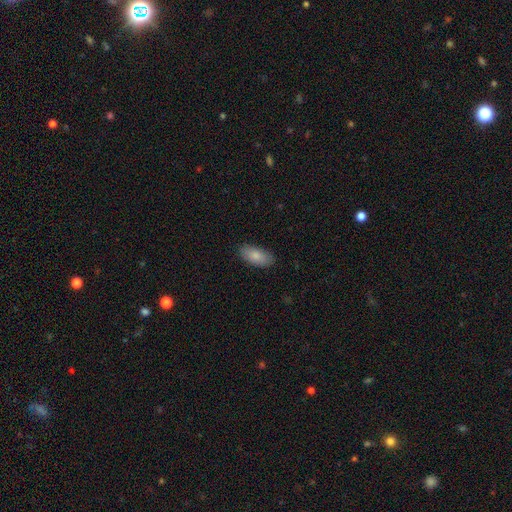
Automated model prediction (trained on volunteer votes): Smooth or featured? Predicted: smooth (p=0.85). How rounded? Predicted: in between (p=0.91). Merging? Predicted: none (p=0.88).